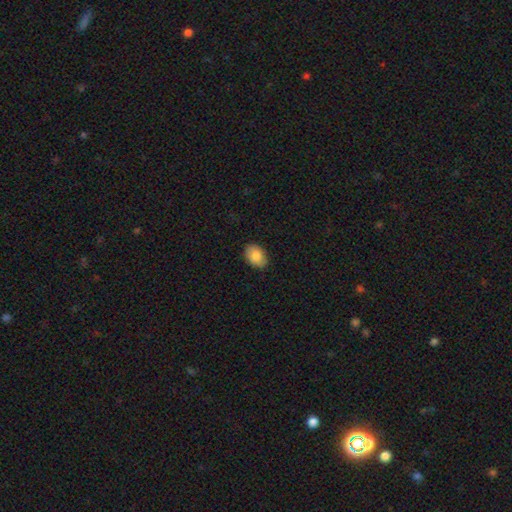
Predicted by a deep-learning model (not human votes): This is clearly a smooth galaxy (86%). How rounded: likely in between (79%). Merging: clearly none (86%).